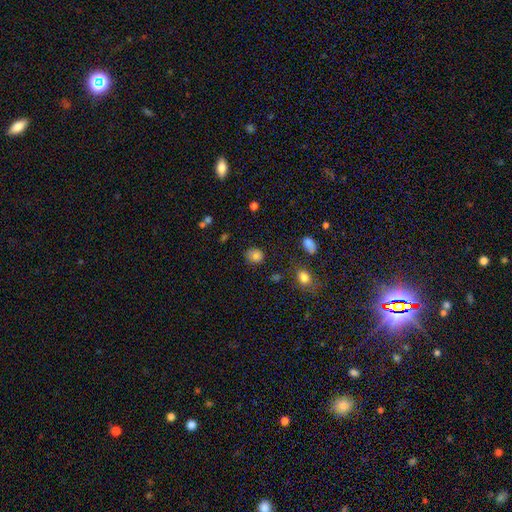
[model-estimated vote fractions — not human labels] smooth_or_featured: smooth (p=0.80) [alt: star or artifact p=0.13]
how_rounded: round (p=0.69) [alt: in between p=0.30]
merging: none (p=0.70) [alt: minor disturbance p=0.21]